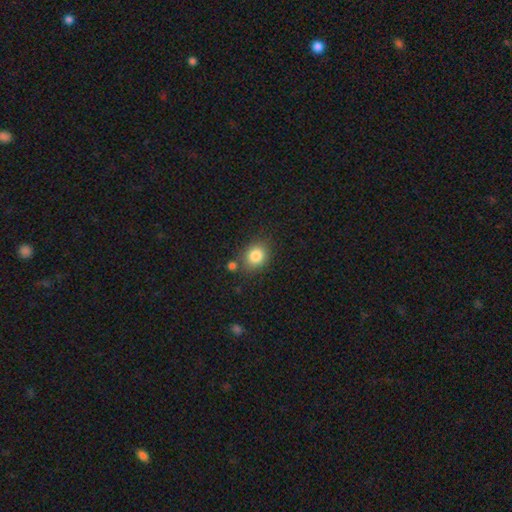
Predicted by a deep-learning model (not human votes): Q: Smooth or featured?
A: smooth (84%); runner-up: star or artifact (10%)
Q: How rounded?
A: round (55%); runner-up: in between (44%)
Q: Merging?
A: none (75%); runner-up: minor disturbance (14%)